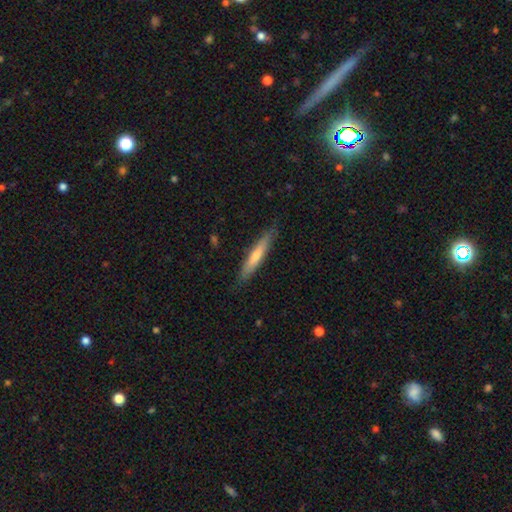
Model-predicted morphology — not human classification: A smooth galaxy with no disk features (59%) that is cigar-shaped (93%). Merging: none (87%).